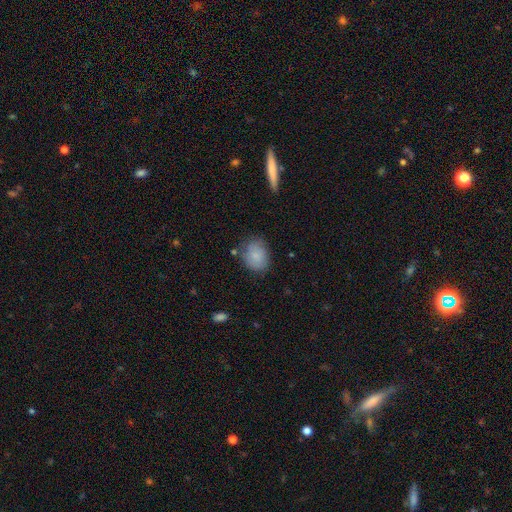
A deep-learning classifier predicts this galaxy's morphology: Q: Smooth or featured?
A: smooth (81%); runner-up: featured or disk (11%)
Q: How rounded?
A: round (50%); runner-up: in between (49%)
Q: Merging?
A: none (66%); runner-up: minor disturbance (24%)